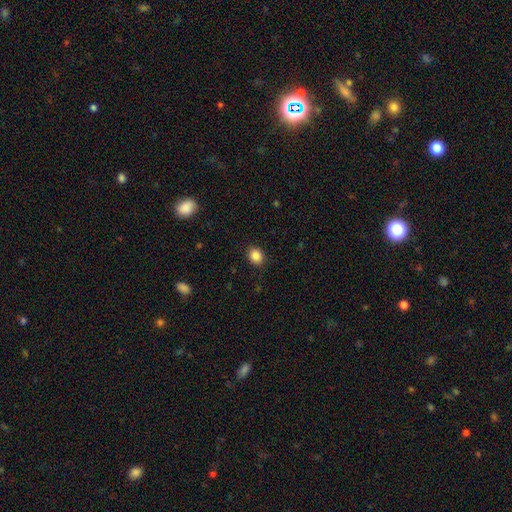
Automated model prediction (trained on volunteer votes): Smooth or featured: smooth — 86% (star or artifact — 10%)
How rounded: round — 59% (in between — 40%)
Merging: none — 89% (minor disturbance — 8%)